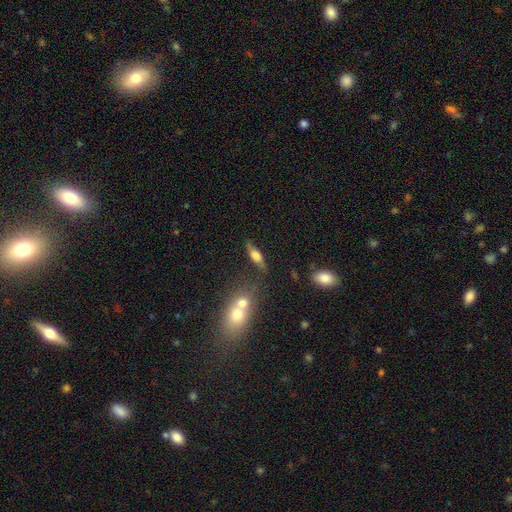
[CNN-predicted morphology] Q: Smooth or featured?
A: smooth (48%); runner-up: featured or disk (44%)
Q: Merging?
A: none (70%); runner-up: minor disturbance (17%)